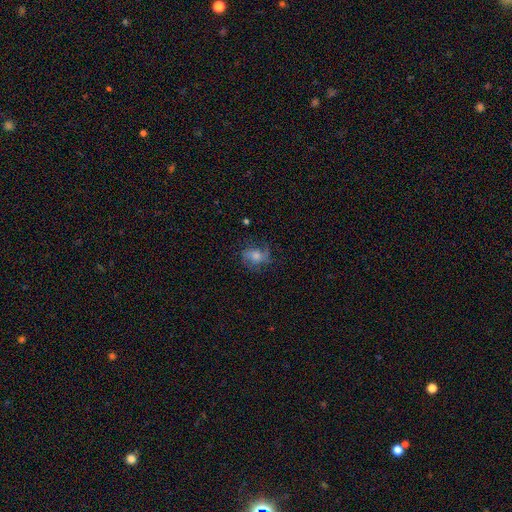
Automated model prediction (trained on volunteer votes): This appears to be a featured or disk galaxy (56%) with no bar (66%), spiral arms (86%) and a moderate central bulge (53%). Merging: none (71%).